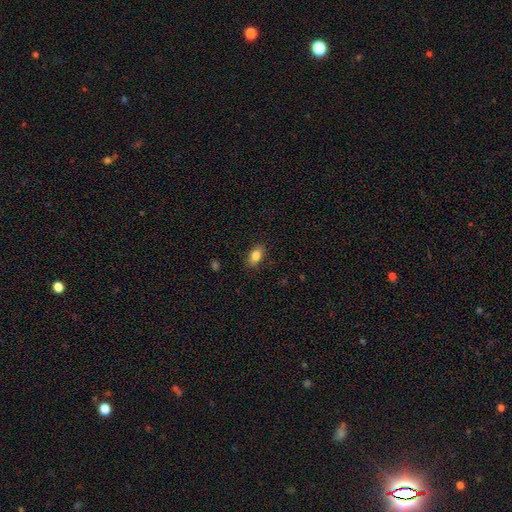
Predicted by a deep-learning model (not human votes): Morphology: type=smooth (83%); roundness=in between (88%); merging=none (87%).